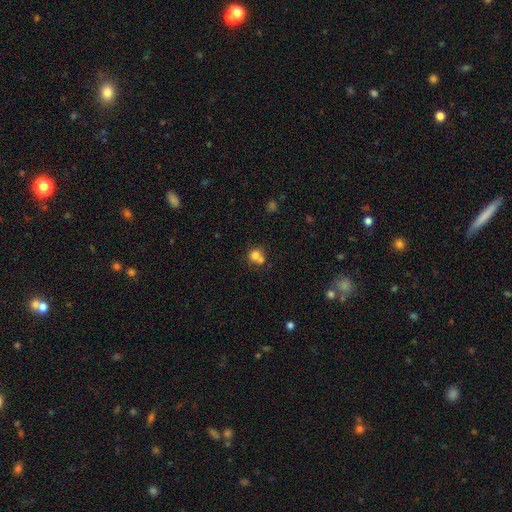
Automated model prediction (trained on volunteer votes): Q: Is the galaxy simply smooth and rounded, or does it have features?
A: smooth — 73%.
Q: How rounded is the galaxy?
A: round — 80%.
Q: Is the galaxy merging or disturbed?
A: merger — 51%.